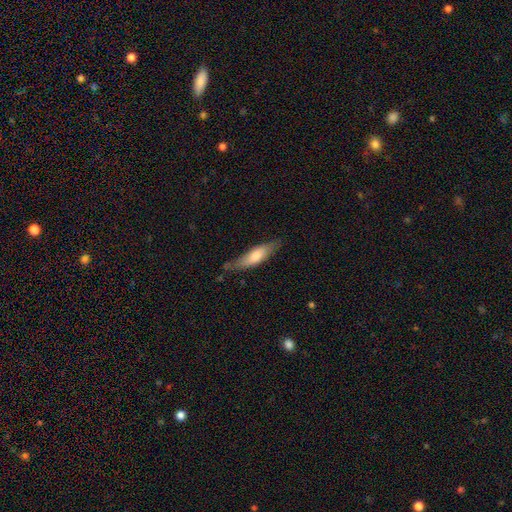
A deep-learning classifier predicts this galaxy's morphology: smooth 59%, featured or disk 35%, star or artifact 6%. Down the decision tree: how rounded — cigar-shaped (68%); merging — none (73%).